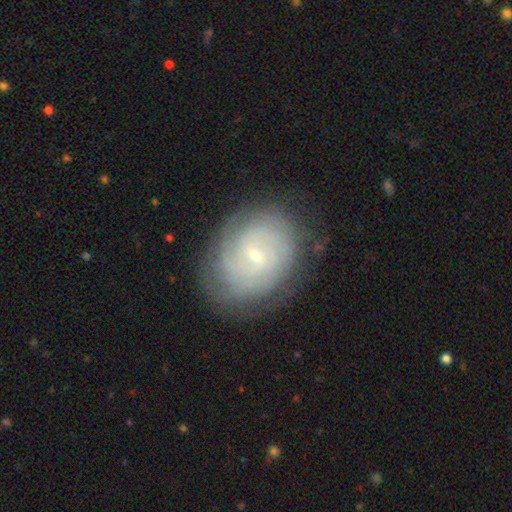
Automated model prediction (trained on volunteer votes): A featured or disk galaxy (75%) with no bar (50%), tight (73%) spiral arms (91%) and a small central bulge (78%).

Vote fractions:
- Smooth or featured? featured or disk: 75% / smooth: 17% / star or artifact: 8%
- Edge-on disk? no: 97% / yes: 3%
- Bar? no: 50% / weak: 43% / strong: 7%
- Spiral arms? yes: 91% / no: 9%
- Spiral winding? tight: 73% / medium: 22% / loose: 6%
- Spiral arm count? can't tell: 47% / 2: 15% / 4: 13% / 3: 12% / more than 4: 7% / 1: 5%
- Bulge size? small: 78% / moderate: 18% / none: 1% / large: 1% / dominant: 1%
- Merging? none: 80% / minor disturbance: 14% / major disturbance: 5% / merger: 1%